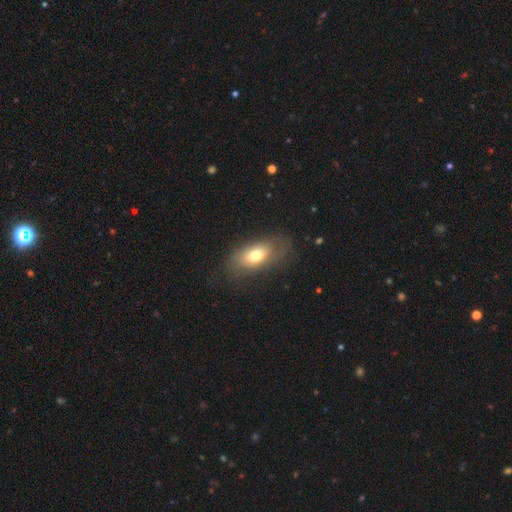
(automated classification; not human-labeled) This appears to be a smooth galaxy with no disk features (69%) that is in between round and cigar-shaped (87%). Merging: none (64%).